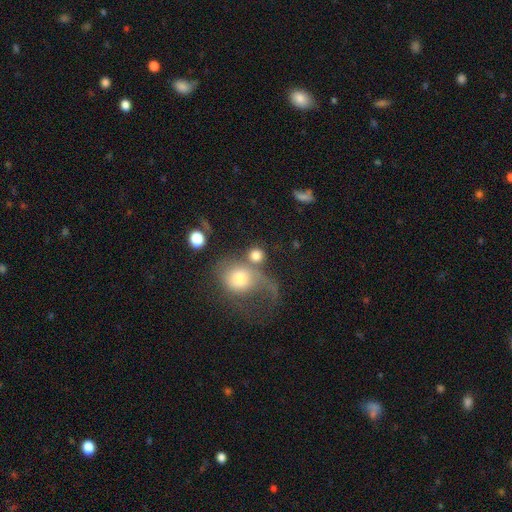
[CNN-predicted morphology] This appears to be a smooth galaxy with no disk features (76%) that is round (83%). Merging: none (38%).